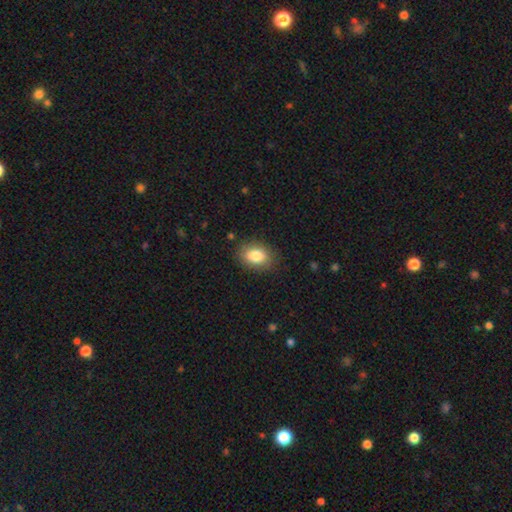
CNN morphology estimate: Overall: smooth (84%). How rounded: in between (74%). Merging: none (84%).